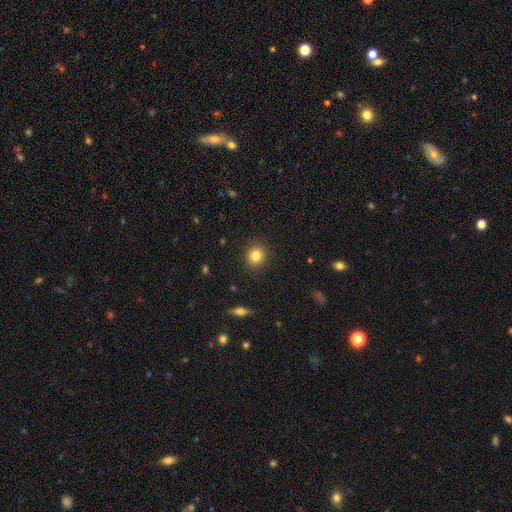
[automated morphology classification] Smooth or featured?
  - smooth: 83% *
  - star or artifact: 11%
  - featured or disk: 6%
How rounded?
  - round: 89% *
  - in between: 10%
  - cigar-shaped: 1%
Merging?
  - none: 91% *
  - minor disturbance: 6%
  - major disturbance: 2%
  - merger: 1%